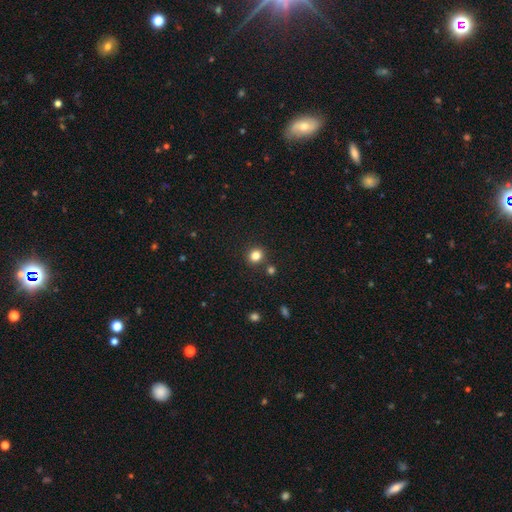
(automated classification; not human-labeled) Q: Smooth or featured?
A: smooth (82%); runner-up: star or artifact (13%)
Q: How rounded?
A: round (85%); runner-up: in between (14%)
Q: Merging?
A: none (85%); runner-up: minor disturbance (7%)